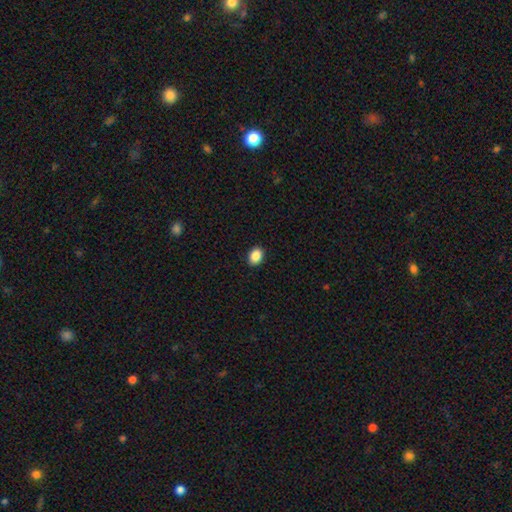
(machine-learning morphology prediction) Overall: smooth (88%). How rounded: in between (69%; round 30%). Merging: none (91%).